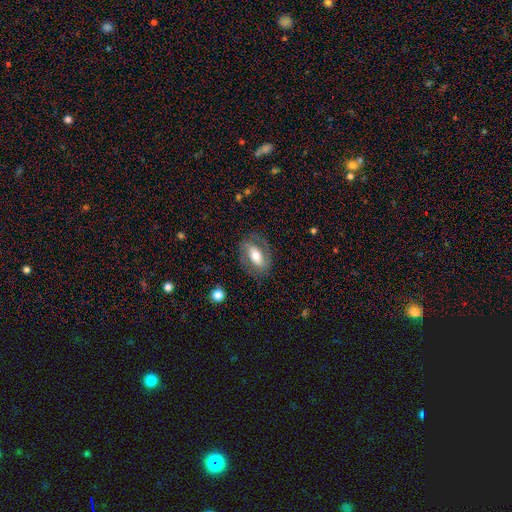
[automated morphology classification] This appears to be a featured or disk galaxy (53%). Merging: none (76%).